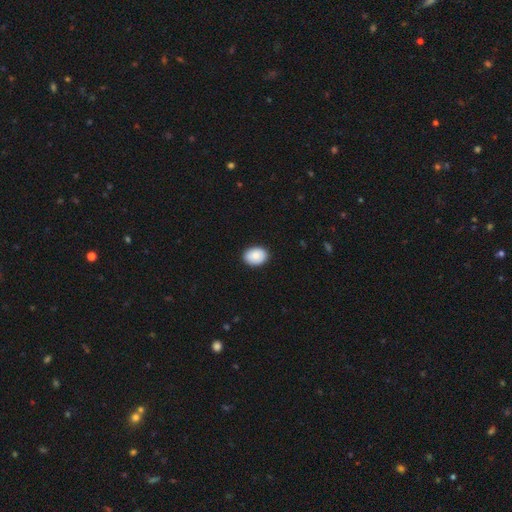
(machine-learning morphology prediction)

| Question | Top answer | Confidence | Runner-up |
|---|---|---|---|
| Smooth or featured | smooth | 88% | star or artifact (6%) |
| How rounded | in between | 70% | round (29%) |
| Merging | none | 89% | minor disturbance (8%) |